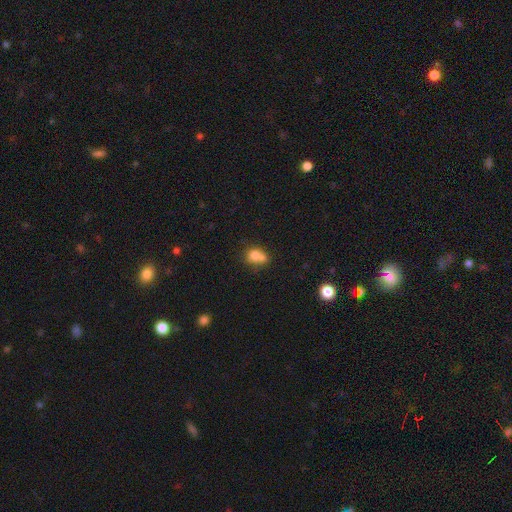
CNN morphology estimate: Q: Smooth or featured?
A: smooth (76%); runner-up: featured or disk (13%)
Q: How rounded?
A: round (53%); runner-up: in between (46%)
Q: Merging?
A: merger (44%); runner-up: none (34%)